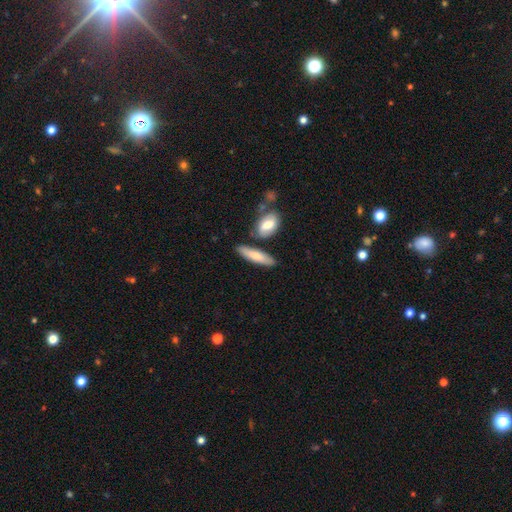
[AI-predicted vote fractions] A smooth galaxy with no disk features (74%) that is cigar-shaped (62%).

Vote fractions:
- Smooth or featured? smooth: 74% / featured or disk: 21% / star or artifact: 6%
- How rounded? cigar-shaped: 62% / in between: 36% / round: 3%
- Merging? none: 74% / minor disturbance: 13% / merger: 10% / major disturbance: 3%